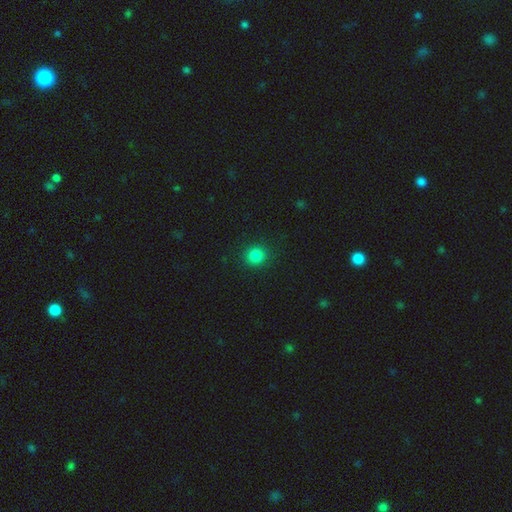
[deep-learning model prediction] smooth_or_featured: smooth (p=0.84) [alt: star or artifact p=0.13]
how_rounded: round (p=0.91) [alt: in between p=0.08]
merging: none (p=0.91) [alt: minor disturbance p=0.06]